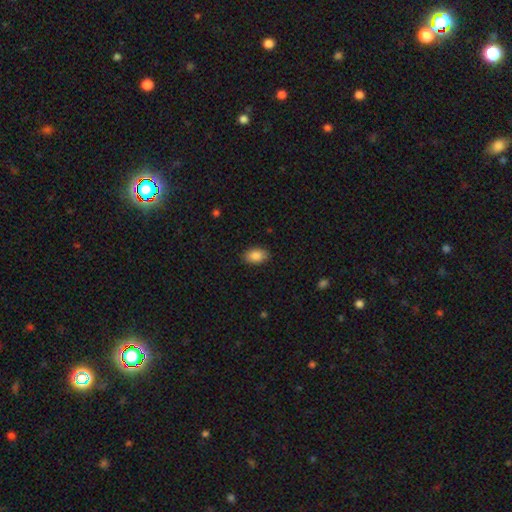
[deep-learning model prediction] smooth-or-featured: smooth: 88% | star or artifact: 7% | featured or disk: 5%
  how-rounded: in between: 90% | round: 9% | cigar-shaped: 1%
  merging: none: 88% | minor disturbance: 9% | major disturbance: 2% | merger: 1%